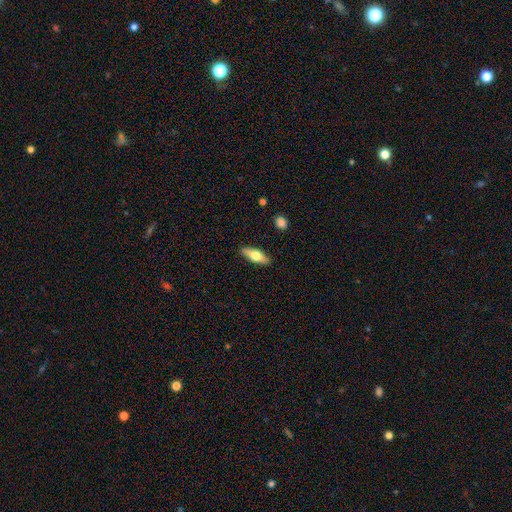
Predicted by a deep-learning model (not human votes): Morphology: type=smooth (57%); roundness=in between (60%); merging=none (88%).